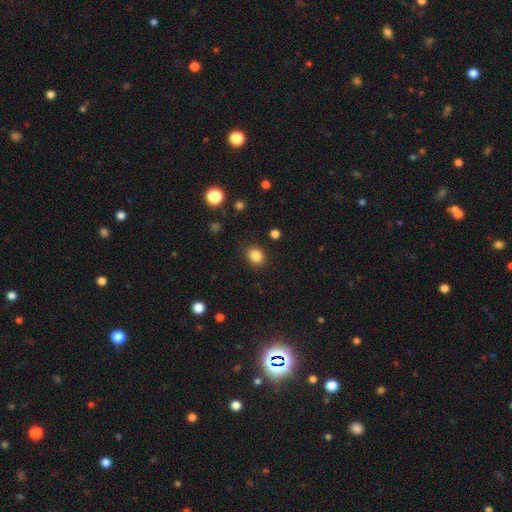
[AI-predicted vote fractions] Smooth or featured?
  - smooth: 85% *
  - star or artifact: 11%
  - featured or disk: 4%
How rounded?
  - round: 56% *
  - in between: 43%
  - cigar-shaped: 1%
Merging?
  - none: 87% *
  - minor disturbance: 9%
  - major disturbance: 3%
  - merger: 1%